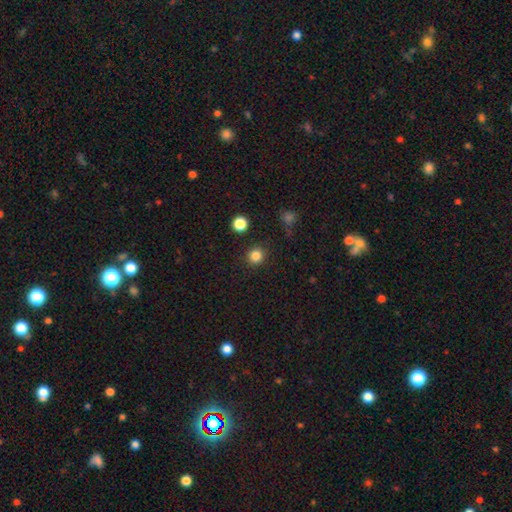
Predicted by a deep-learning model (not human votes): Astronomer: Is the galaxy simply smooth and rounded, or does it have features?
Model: smooth — 83%.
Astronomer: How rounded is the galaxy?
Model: round — 92%.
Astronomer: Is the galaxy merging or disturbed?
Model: none — 90%.